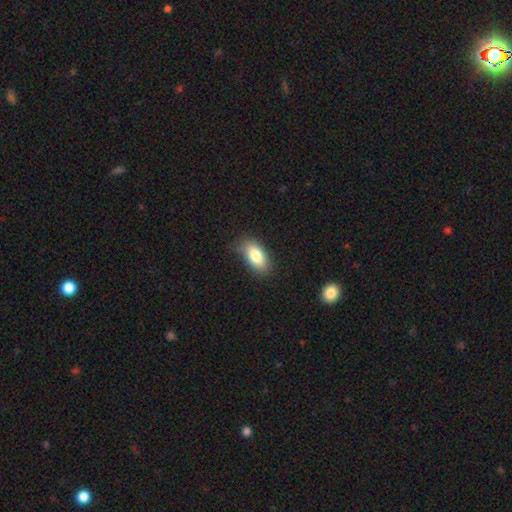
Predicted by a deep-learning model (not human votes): smooth 82%, featured or disk 11%, star or artifact 7%. Down the decision tree: how rounded — in between (91%); merging — none (77%).